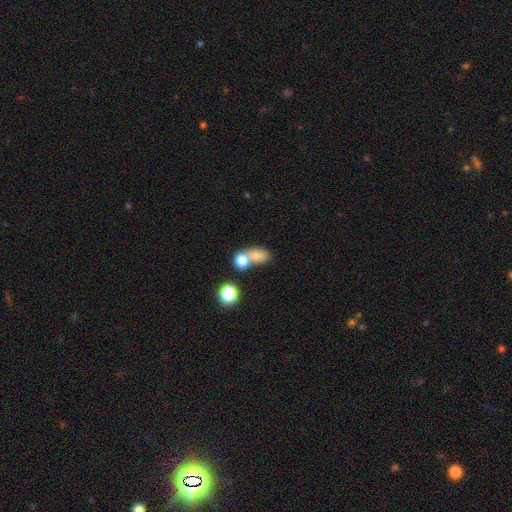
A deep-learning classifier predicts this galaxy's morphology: A smooth galaxy with no disk features (75%) that is in between round and cigar-shaped (72%).

Vote fractions:
- Smooth or featured? smooth: 75% / star or artifact: 13% / featured or disk: 12%
- How rounded? in between: 72% / round: 25% / cigar-shaped: 3%
- Merging? merger: 48% / none: 36% / minor disturbance: 10% / major disturbance: 6%